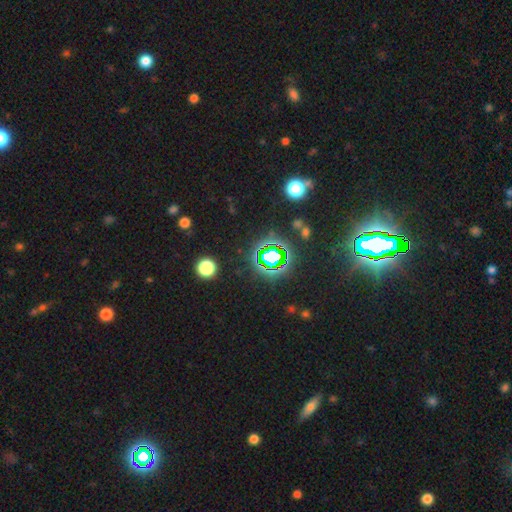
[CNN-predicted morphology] star or artifact 81%, smooth 12%, featured or disk 7%.